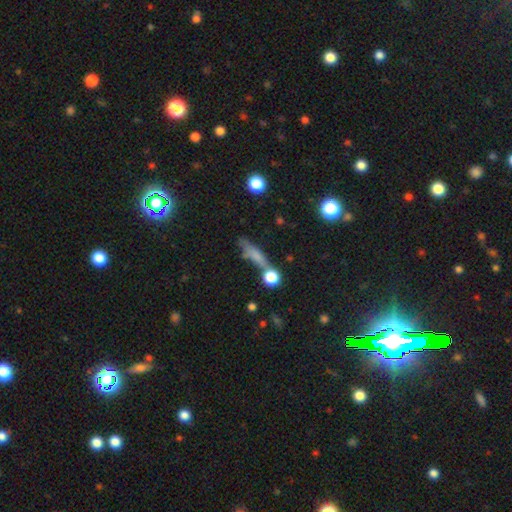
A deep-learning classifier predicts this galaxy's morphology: Overall: smooth (58%; featured or disk 29%). How rounded: cigar-shaped (71%). Merging: none (60%).